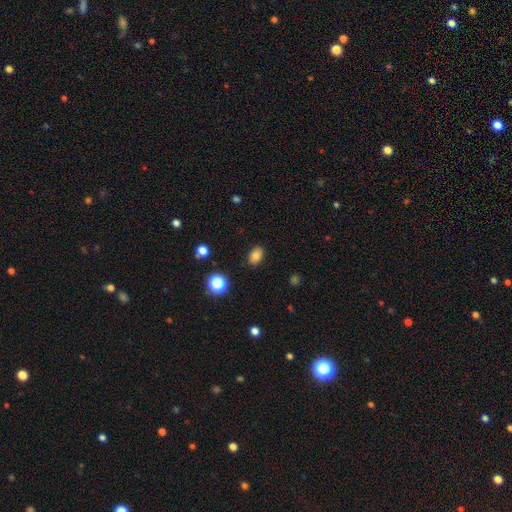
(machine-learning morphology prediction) smooth-or-featured: smooth: 80% | star or artifact: 12% | featured or disk: 8%
  how-rounded: in between: 79% | round: 20% | cigar-shaped: 1%
  merging: none: 87% | minor disturbance: 10% | major disturbance: 2% | merger: 1%